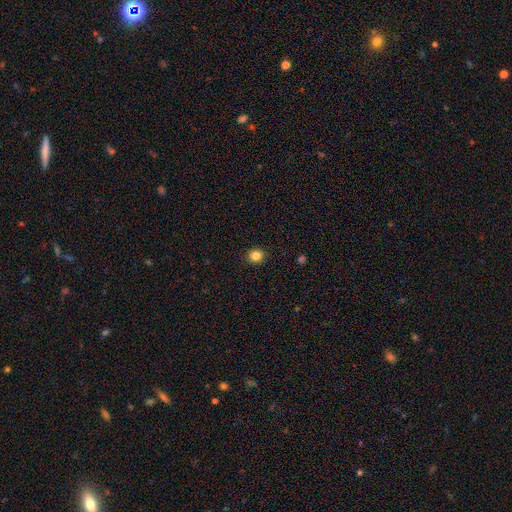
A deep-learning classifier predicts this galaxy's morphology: smooth 84%, star or artifact 12%, featured or disk 4%. Down the decision tree: how rounded — round (85%); merging — none (92%).